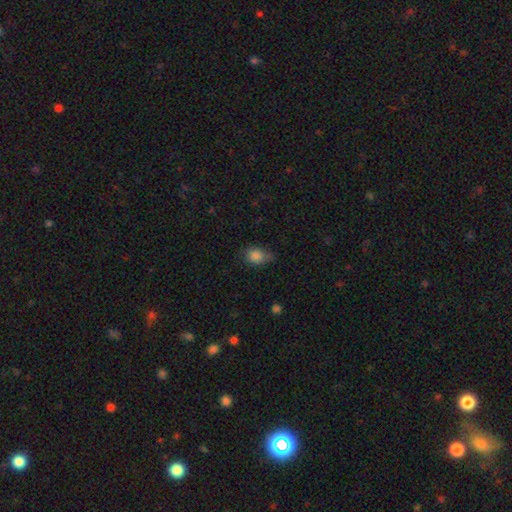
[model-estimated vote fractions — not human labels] Morphology: type=smooth (84%); roundness=in between (61%); merging=none (50%).